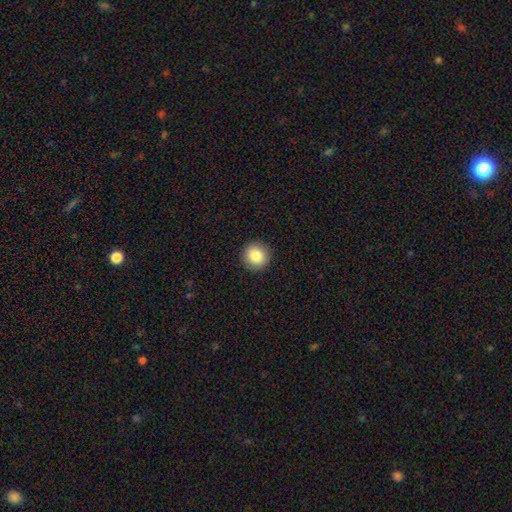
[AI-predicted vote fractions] Smooth or featured? Predicted: smooth (p=0.85). How rounded? Predicted: round (p=0.94). Merging? Predicted: none (p=0.93).